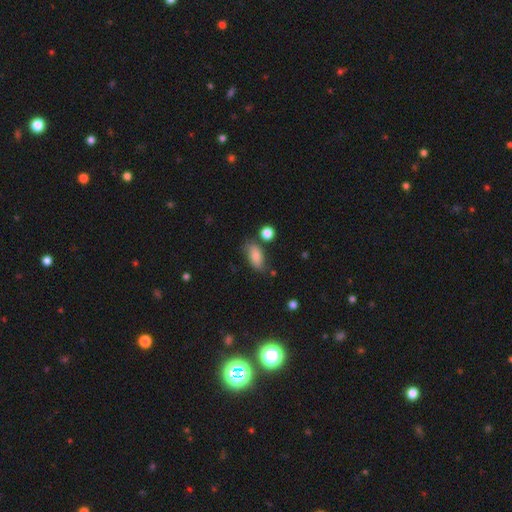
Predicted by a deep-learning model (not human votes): This is clearly a smooth galaxy (80%). How rounded: clearly in between (87%). Merging: likely none (67%).